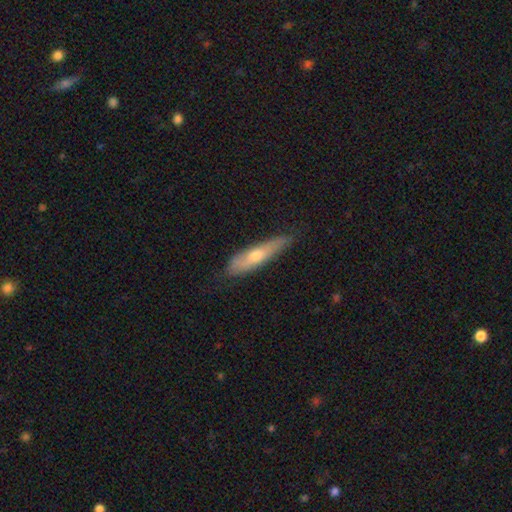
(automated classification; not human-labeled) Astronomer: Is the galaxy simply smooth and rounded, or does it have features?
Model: smooth — 57% (runner-up: featured or disk, 37%).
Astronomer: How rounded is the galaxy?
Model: cigar-shaped — 77%.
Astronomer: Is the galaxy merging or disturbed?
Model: none — 73%.